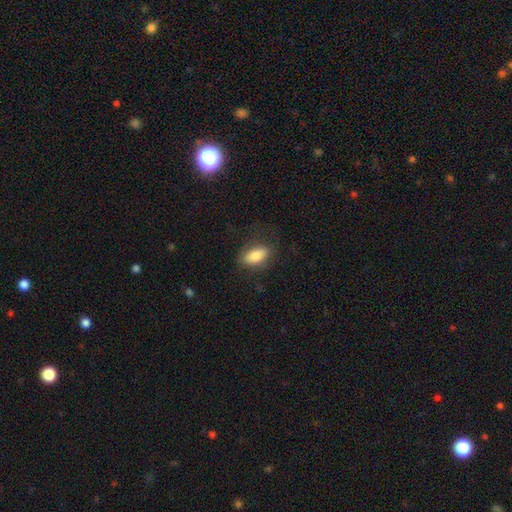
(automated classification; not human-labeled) Overall: smooth (79%). How rounded: in between (86%). Merging: none (77%).